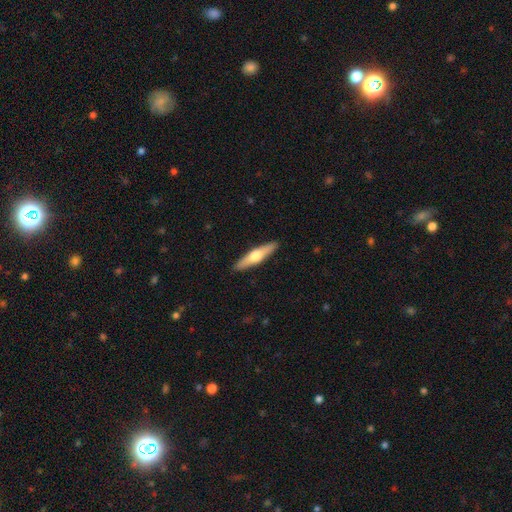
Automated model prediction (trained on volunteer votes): Smooth or featured?
  - featured or disk: 50% *
  - smooth: 45%
  - star or artifact: 5%
Edge-on disk?
  - yes: 93% *
  - no: 7%
Merging?
  - none: 91% *
  - minor disturbance: 7%
  - major disturbance: 1%
  - merger: 1%